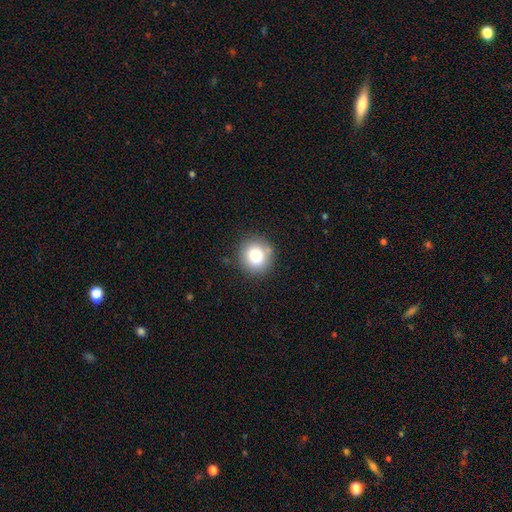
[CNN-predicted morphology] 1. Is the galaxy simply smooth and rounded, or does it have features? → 82% smooth, 10% star or artifact, 8% featured or disk.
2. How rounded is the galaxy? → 88% round, 11% in between, 1% cigar-shaped.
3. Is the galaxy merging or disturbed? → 83% none, 10% minor disturbance, 3% merger, 3% major disturbance.